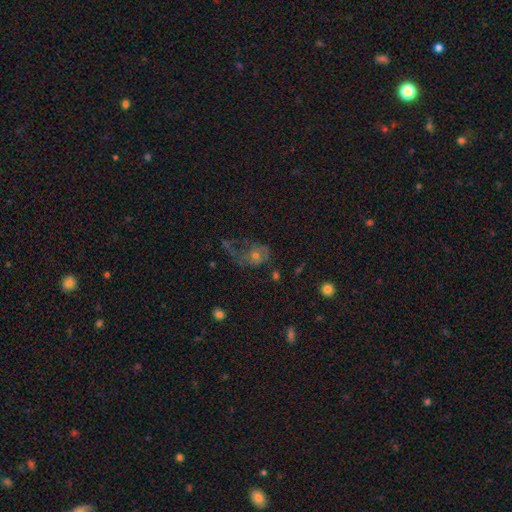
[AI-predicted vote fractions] Overall: featured or disk (51%; smooth 31%). Edge-on disk: no (96%). Merging: major disturbance (49%; none 29%).